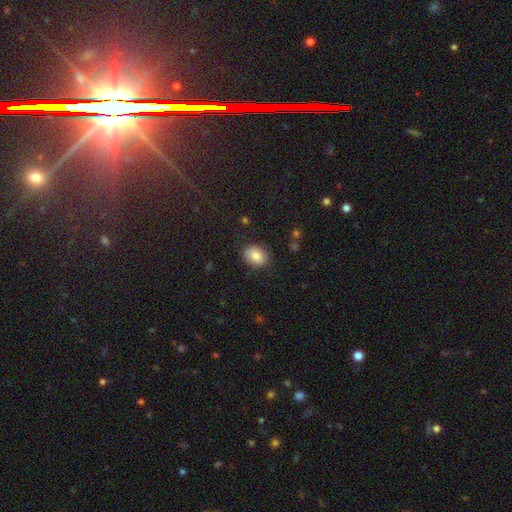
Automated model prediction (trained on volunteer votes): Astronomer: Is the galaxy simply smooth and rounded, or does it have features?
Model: smooth — 83%.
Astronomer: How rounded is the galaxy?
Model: in between — 69%.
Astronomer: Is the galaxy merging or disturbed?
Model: none — 84%.